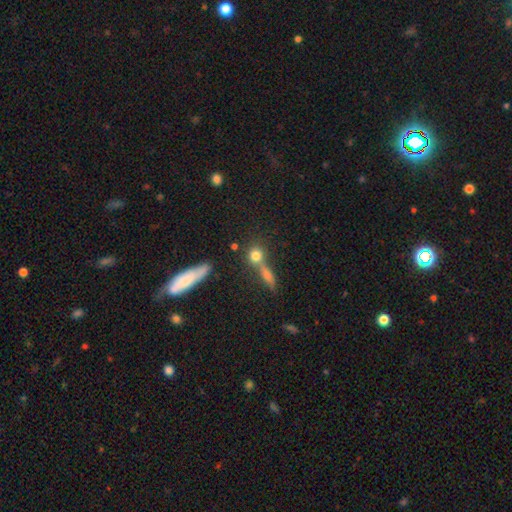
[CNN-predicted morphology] Smooth or featured? smooth (74%)
How rounded? round (71%)
Merging? none (53%)